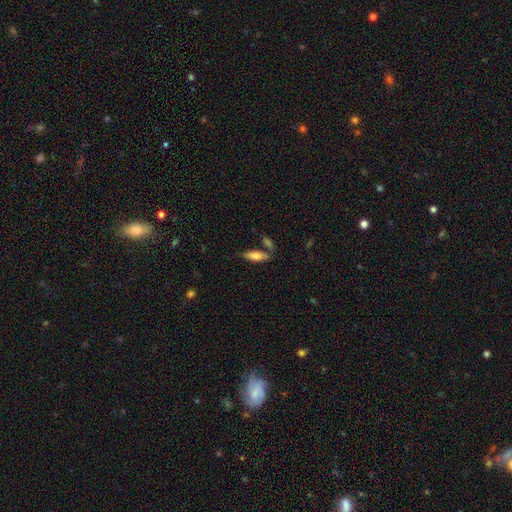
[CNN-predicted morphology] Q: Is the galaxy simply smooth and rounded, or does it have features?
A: smooth — 74%.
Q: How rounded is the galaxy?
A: in between — 60%.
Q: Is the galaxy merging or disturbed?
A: none — 68%.